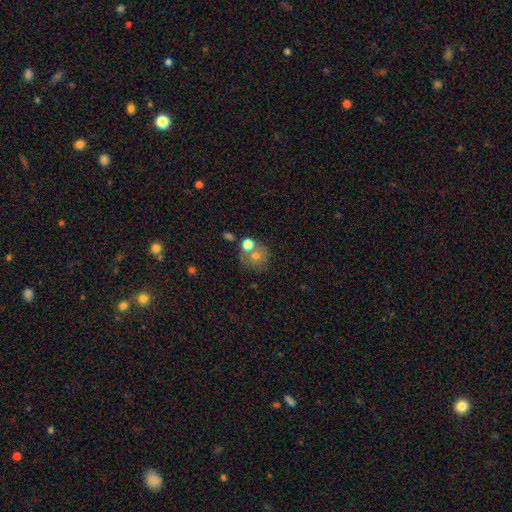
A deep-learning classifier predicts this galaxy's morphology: The model was most divided on "merging": none: 55%, merger: 28%, minor disturbance: 12%, major disturbance: 6%. More confident: how rounded — round (85%); smooth or featured — smooth (60%).